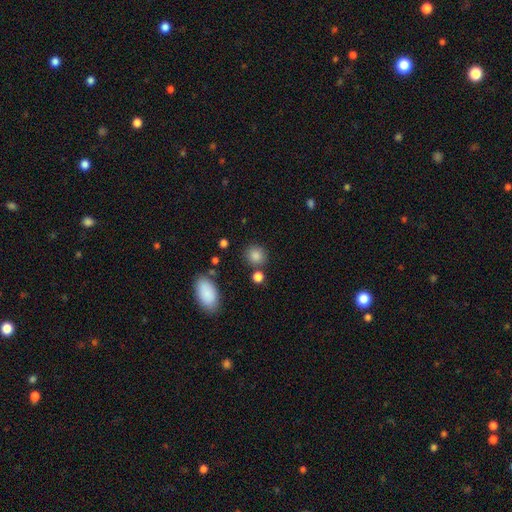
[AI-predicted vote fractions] Smooth or featured? Predicted: smooth (p=0.85). How rounded? Predicted: round (p=0.81). Merging? Predicted: none (p=0.80).